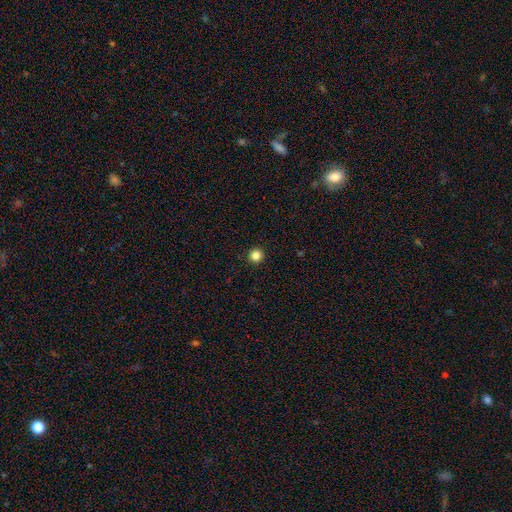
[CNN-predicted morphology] smooth_or_featured: smooth (p=0.85) [alt: star or artifact p=0.12]
how_rounded: round (p=0.96) [alt: in between p=0.03]
merging: none (p=0.93) [alt: minor disturbance p=0.04]